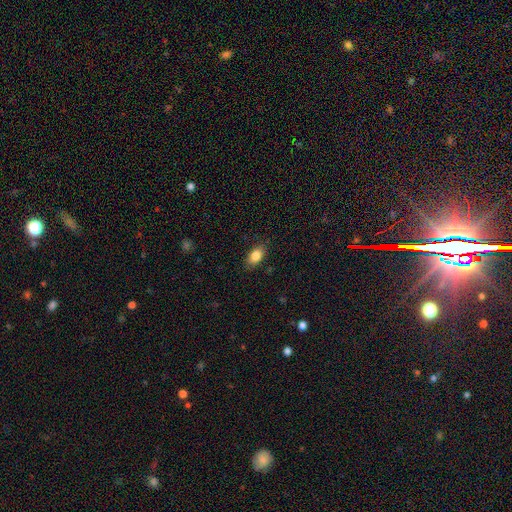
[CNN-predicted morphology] Smooth or featured?
  - smooth: 85% *
  - star or artifact: 8%
  - featured or disk: 7%
How rounded?
  - in between: 89% *
  - round: 7%
  - cigar-shaped: 3%
Merging?
  - none: 85% *
  - minor disturbance: 12%
  - major disturbance: 3%
  - merger: 1%